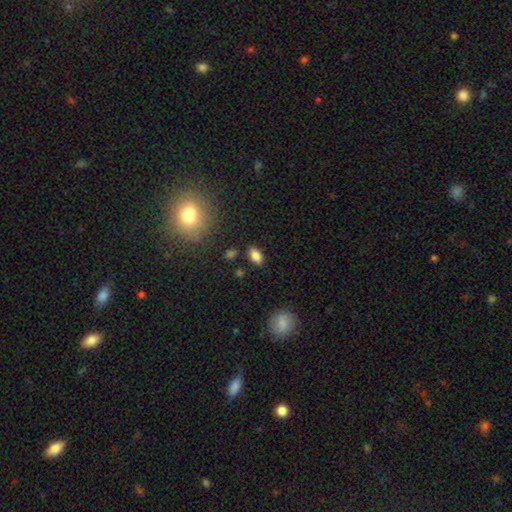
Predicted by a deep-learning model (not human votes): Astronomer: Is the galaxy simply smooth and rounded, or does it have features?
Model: smooth — 83%.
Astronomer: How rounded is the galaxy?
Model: in between — 91%.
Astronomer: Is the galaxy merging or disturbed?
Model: none — 85%.